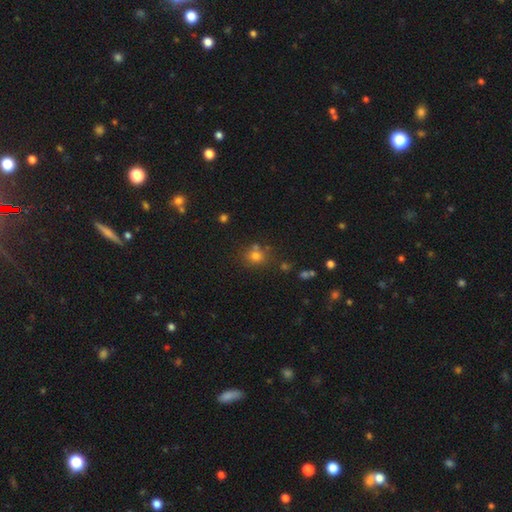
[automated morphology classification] A smooth galaxy with no disk features (71%) that is round (79%). Merging: none (68%).